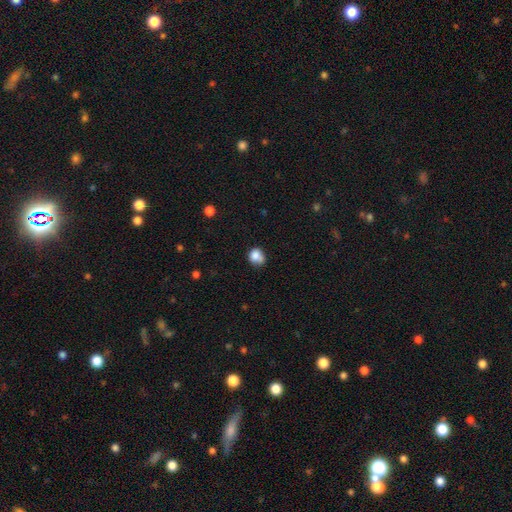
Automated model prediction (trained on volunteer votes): This appears to be a smooth galaxy with no disk features (82%) that is round (70%). Merging: none (52%).